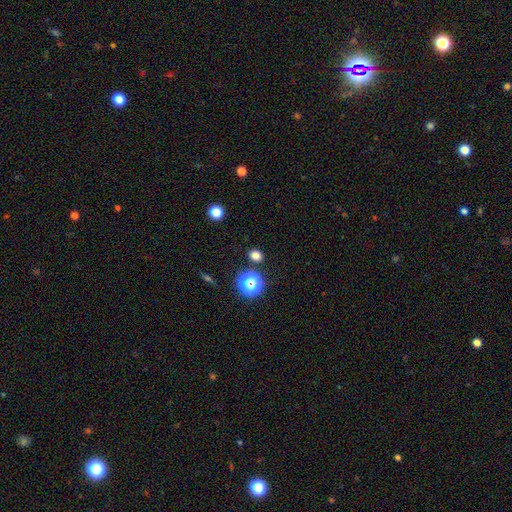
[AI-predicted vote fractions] The model was most divided on "how rounded": round: 73%, in between: 26%, cigar-shaped: 1%. More confident: merging — none (87%); smooth or featured — smooth (74%).